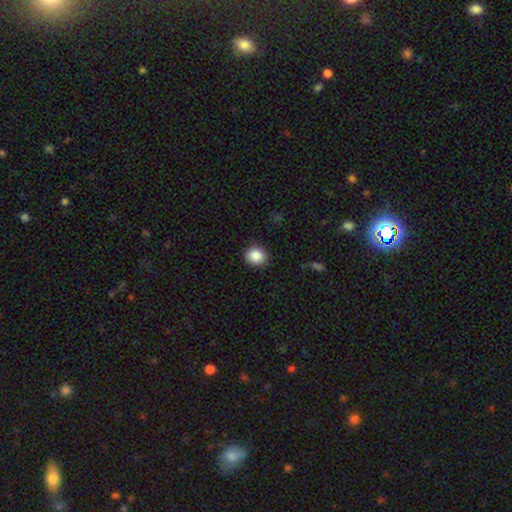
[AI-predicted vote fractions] A smooth galaxy with no disk features (88%) that is round (80%).

Vote fractions:
- Smooth or featured? smooth: 88% / star or artifact: 9% / featured or disk: 4%
- How rounded? round: 80% / in between: 20% / cigar-shaped: 1%
- Merging? none: 88% / minor disturbance: 9% / major disturbance: 2% / merger: 1%